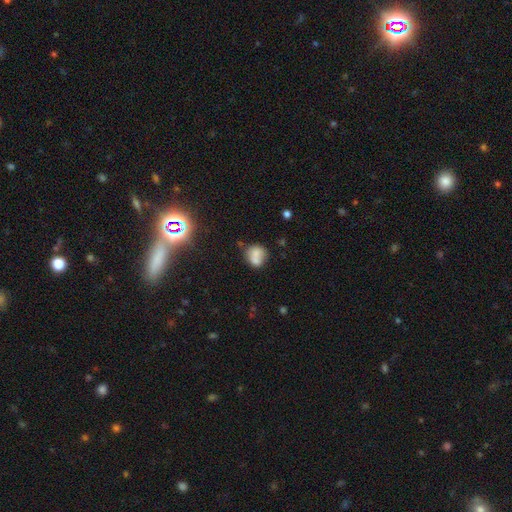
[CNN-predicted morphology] This appears to be a smooth galaxy with no disk features (70%) that is round (72%). Merging: merger (43%).